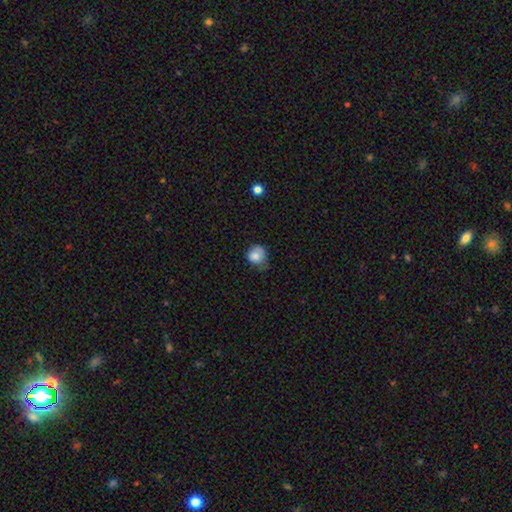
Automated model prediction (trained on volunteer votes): Q: Smooth or featured?
A: smooth (79%); runner-up: featured or disk (12%)
Q: How rounded?
A: round (75%); runner-up: in between (24%)
Q: Merging?
A: none (43%); runner-up: minor disturbance (40%)